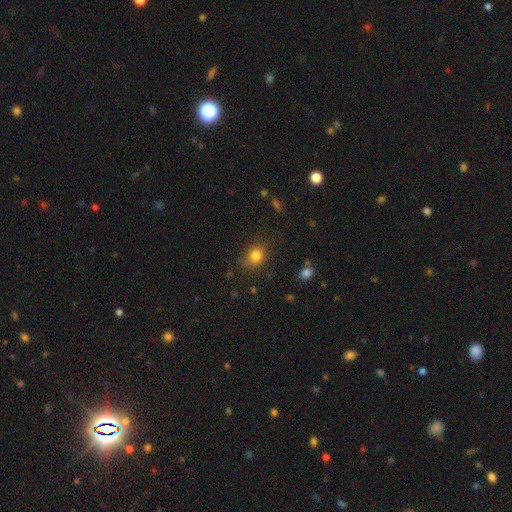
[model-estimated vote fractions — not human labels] Overall: smooth (81%). How rounded: round (63%; in between 35%). Merging: none (71%).